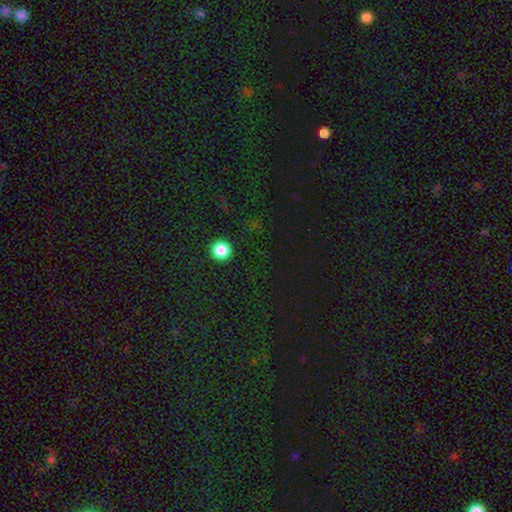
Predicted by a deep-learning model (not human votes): Smooth or featured? star or artifact (68%)